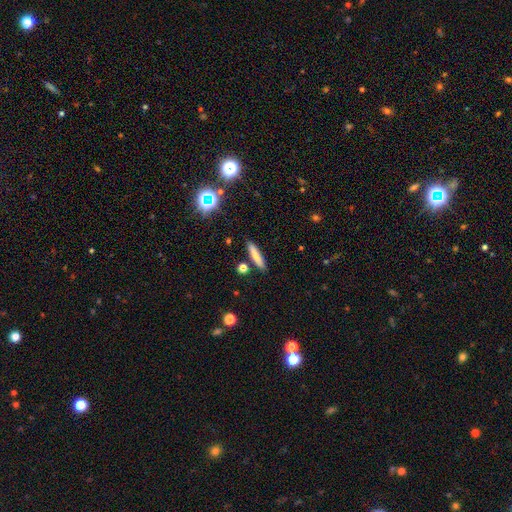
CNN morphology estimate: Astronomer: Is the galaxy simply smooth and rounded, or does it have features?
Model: smooth — 74%.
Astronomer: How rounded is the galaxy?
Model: cigar-shaped — 86%.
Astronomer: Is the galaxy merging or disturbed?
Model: none — 86%.